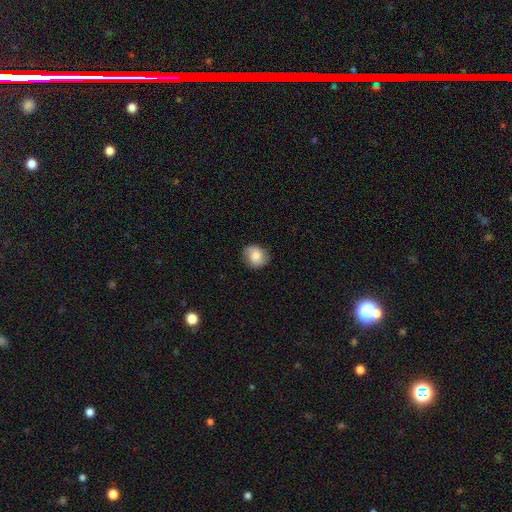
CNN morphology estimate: A smooth galaxy with no disk features (72%) that is round (77%). Merging: none (81%).